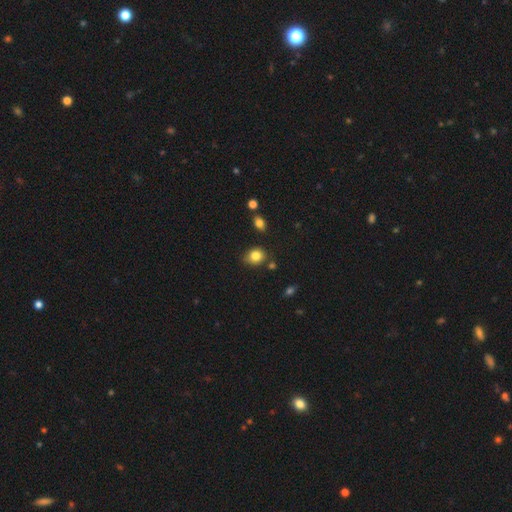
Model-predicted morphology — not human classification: A smooth galaxy with no disk features (83%) that is round (66%).

Vote fractions:
- Smooth or featured? smooth: 83% / star or artifact: 11% / featured or disk: 7%
- How rounded? round: 66% / in between: 33% / cigar-shaped: 1%
- Merging? none: 74% / minor disturbance: 17% / merger: 5% / major disturbance: 4%